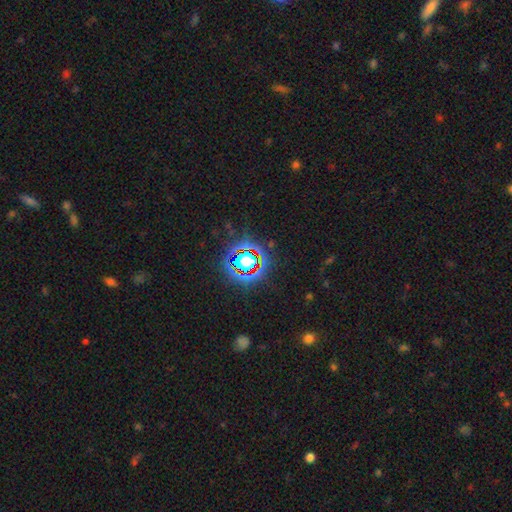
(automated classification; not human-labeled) Smooth or featured? star or artifact (79%)